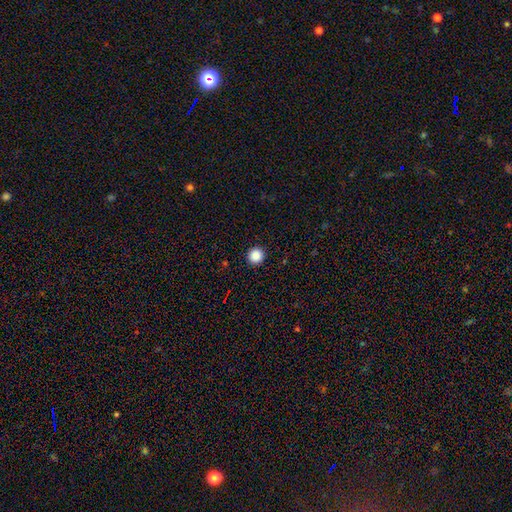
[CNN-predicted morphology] Smooth or featured? Predicted: smooth (p=0.88). How rounded? Predicted: round (p=0.96). Merging? Predicted: none (p=0.94).